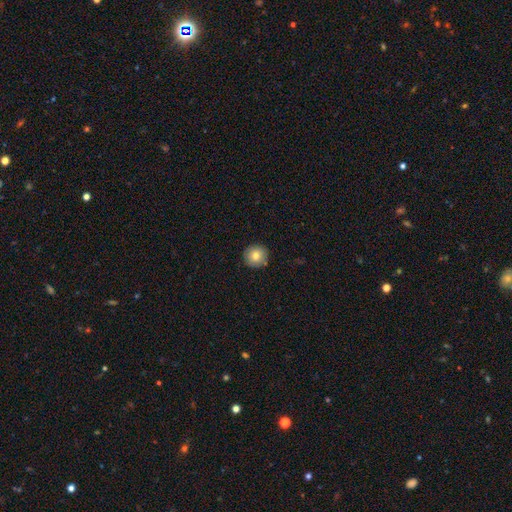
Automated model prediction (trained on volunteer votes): A smooth galaxy with no disk features (79%) that is round (94%). Merging: none (89%).